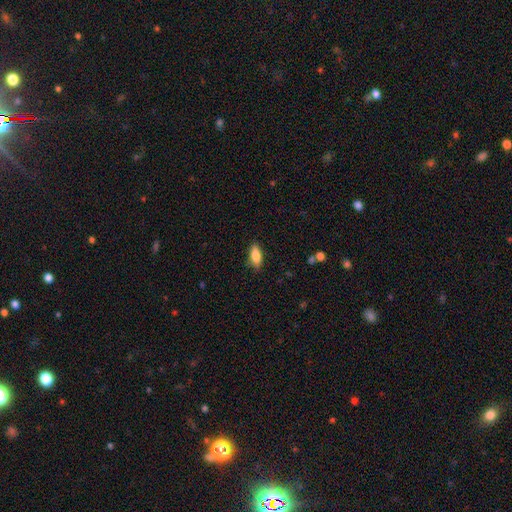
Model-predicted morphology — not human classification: smooth-or-featured: smooth: 81% | featured or disk: 12% | star or artifact: 7%
  how-rounded: in between: 78% | cigar-shaped: 20% | round: 3%
  merging: none: 84% | minor disturbance: 13% | major disturbance: 2% | merger: 1%